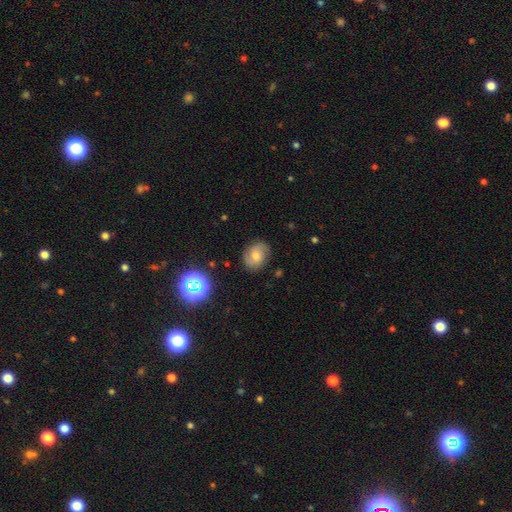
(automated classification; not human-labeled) featured or disk 48%, smooth 40%, star or artifact 12%. Down the decision tree: merging — none (81%).